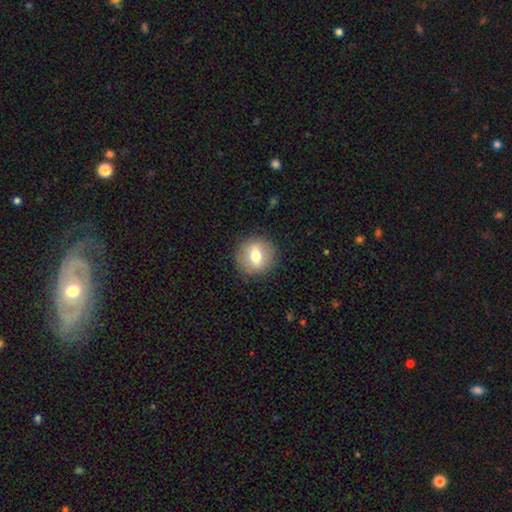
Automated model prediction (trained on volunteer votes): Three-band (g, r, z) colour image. It shows a smooth galaxy with no disk features (62%) that is round (80%). Merging: none (85%).